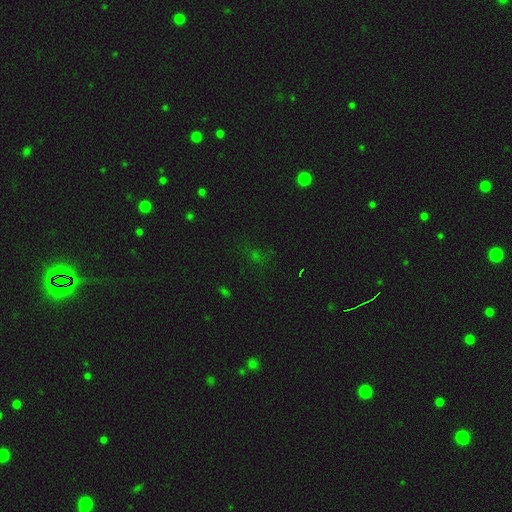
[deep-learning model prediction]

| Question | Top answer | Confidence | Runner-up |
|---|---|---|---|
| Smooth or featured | star or artifact | 61% | smooth (28%) |